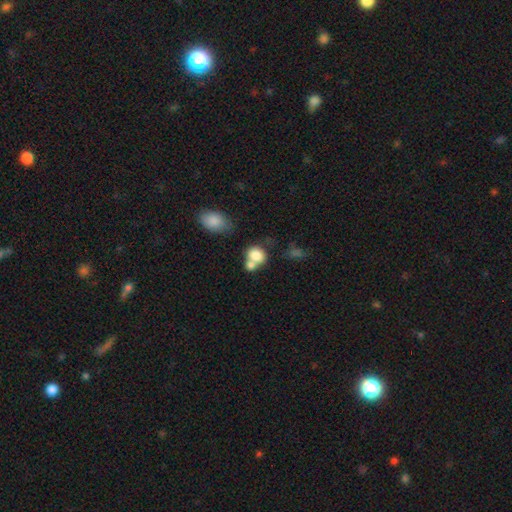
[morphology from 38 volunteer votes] Smooth or featured? 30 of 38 (79%) said smooth. How rounded? 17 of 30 (57%) said round. Merging? 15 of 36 (42%, tied with merger) said none.